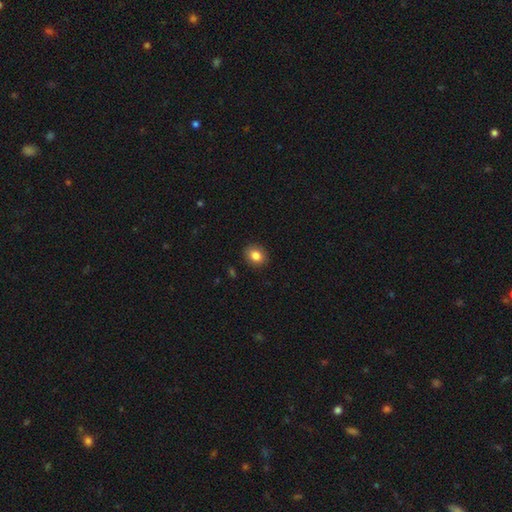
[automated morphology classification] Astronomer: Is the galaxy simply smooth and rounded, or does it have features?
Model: smooth — 84%.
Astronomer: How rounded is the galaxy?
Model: round — 56% (runner-up: in between, 43%).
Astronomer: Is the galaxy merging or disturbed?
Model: none — 89%.